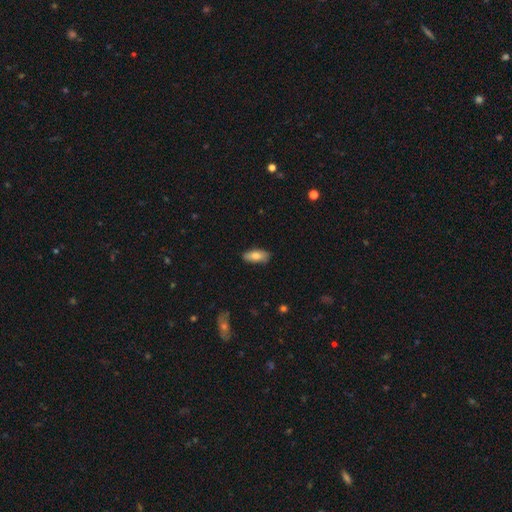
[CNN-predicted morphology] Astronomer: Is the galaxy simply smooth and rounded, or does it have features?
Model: smooth — 75%.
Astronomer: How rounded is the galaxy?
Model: in between — 84%.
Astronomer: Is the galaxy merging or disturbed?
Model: none — 84%.